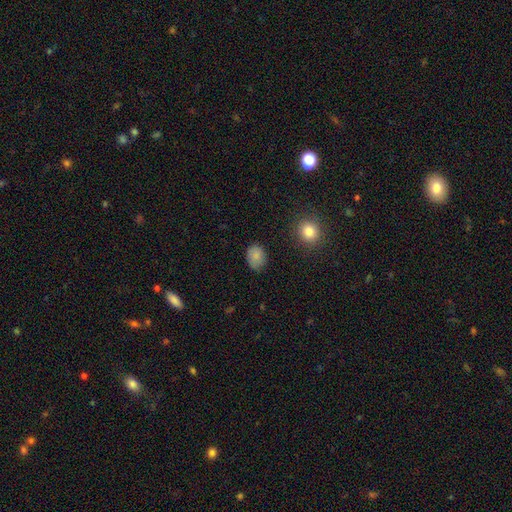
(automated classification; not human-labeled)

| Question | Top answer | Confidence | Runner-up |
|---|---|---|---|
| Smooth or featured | smooth | 84% | star or artifact (10%) |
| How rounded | in between | 60% | round (39%) |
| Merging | none | 74% | minor disturbance (20%) |